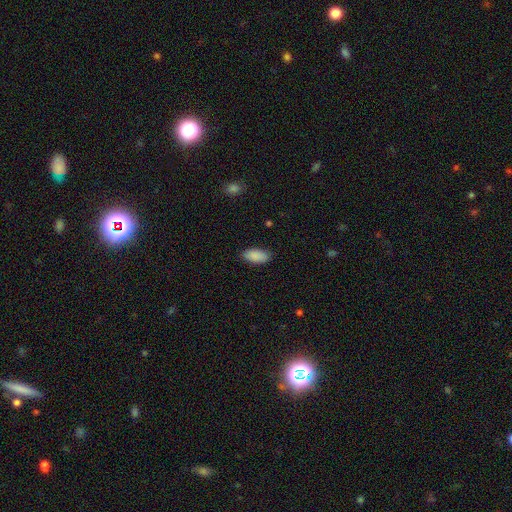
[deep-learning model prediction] Q: Smooth or featured?
A: smooth (90%); runner-up: star or artifact (6%)
Q: How rounded?
A: in between (90%); runner-up: cigar-shaped (8%)
Q: Merging?
A: none (86%); runner-up: minor disturbance (11%)